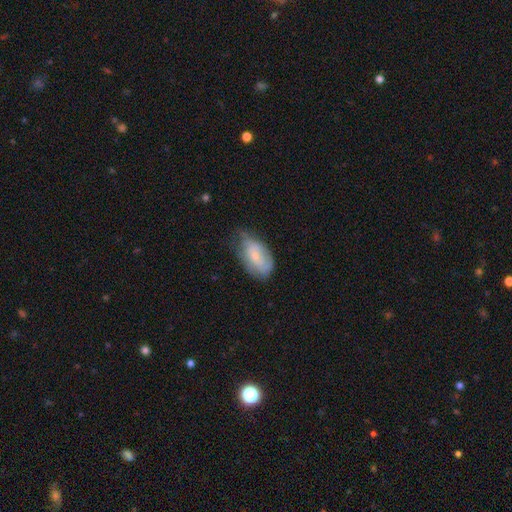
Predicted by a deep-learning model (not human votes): smooth_or_featured: smooth (p=0.50) [alt: featured or disk p=0.43]
how_rounded: in between (p=0.91) [alt: round p=0.06]
merging: none (p=0.47) [alt: minor disturbance p=0.38]